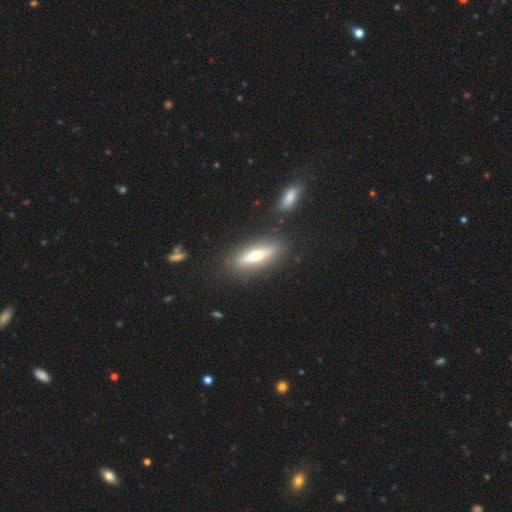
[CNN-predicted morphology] Q: Smooth or featured?
A: featured or disk (51%); runner-up: smooth (42%)
Q: Edge-on disk?
A: yes (79%); runner-up: no (21%)
Q: Merging?
A: none (83%); runner-up: minor disturbance (10%)